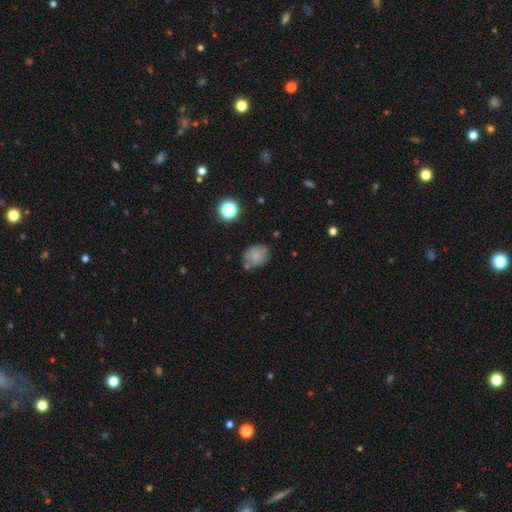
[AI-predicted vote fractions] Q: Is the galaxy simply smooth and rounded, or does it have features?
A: smooth — 76%.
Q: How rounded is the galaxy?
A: round — 58%.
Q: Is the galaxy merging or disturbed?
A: none — 66%.